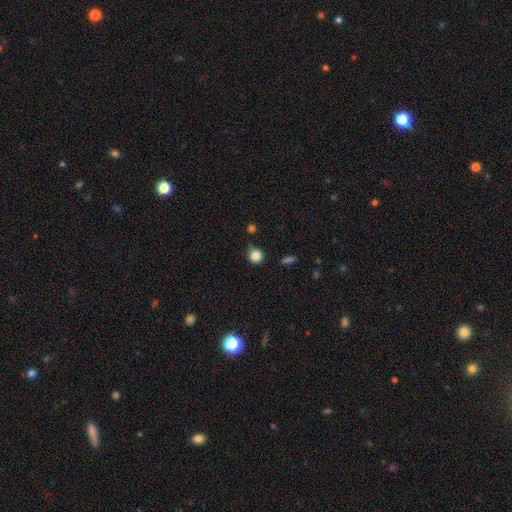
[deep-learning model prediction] The model was most divided on "merging": none: 71%, minor disturbance: 22%, major disturbance: 4%, merger: 3%. More confident: how rounded — round (84%); smooth or featured — smooth (84%).